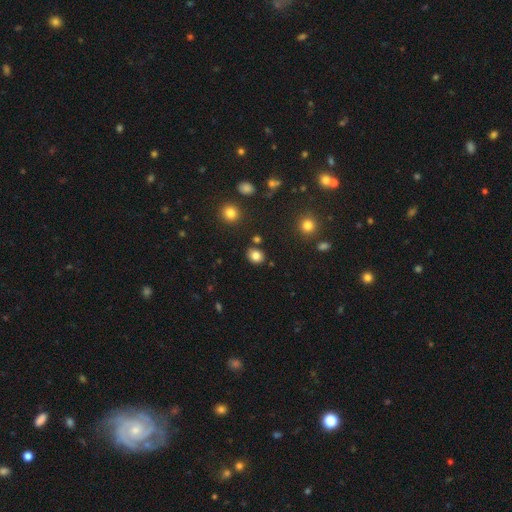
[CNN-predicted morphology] Smooth or featured? Predicted: smooth (p=0.83). How rounded? Predicted: round (p=0.59). Merging? Predicted: none (p=0.83).